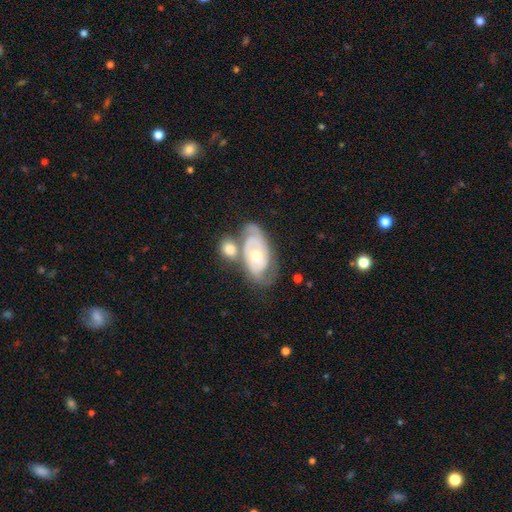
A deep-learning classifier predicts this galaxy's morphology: This appears to be a featured or disk galaxy (79%) with no bar (71%), 2 (59%) tight (64%) spiral arms (88%) and a moderate central bulge (66%). Merging: none (43%).